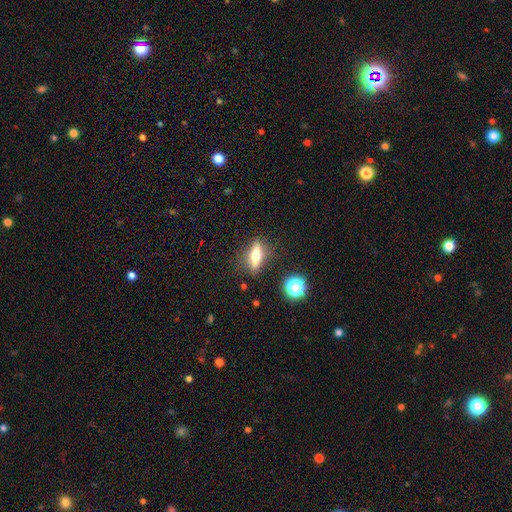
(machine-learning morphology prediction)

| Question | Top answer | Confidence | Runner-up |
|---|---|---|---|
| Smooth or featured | featured or disk | 46% | smooth (44%) |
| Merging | none | 83% | minor disturbance (11%) |